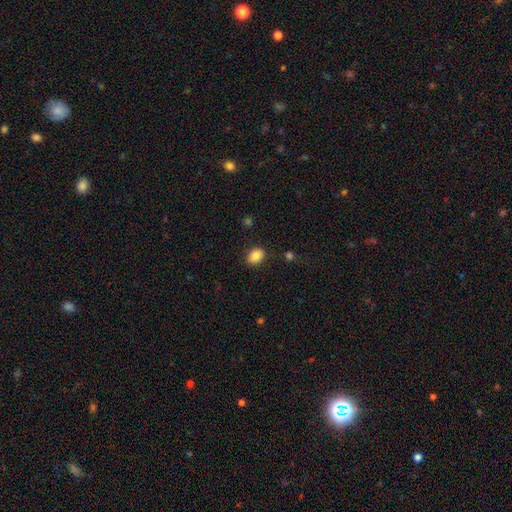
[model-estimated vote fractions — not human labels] Smooth or featured: smooth — 85% (star or artifact — 9%)
How rounded: in between — 66% (round — 33%)
Merging: none — 85% (minor disturbance — 10%)